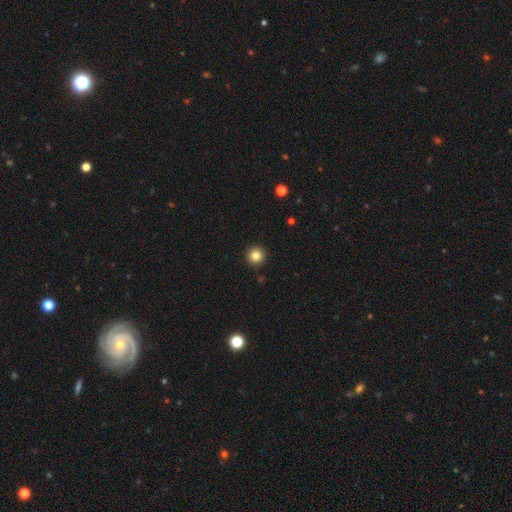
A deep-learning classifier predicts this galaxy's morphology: type=smooth (83%); roundness=round (96%); merging=none (93%).